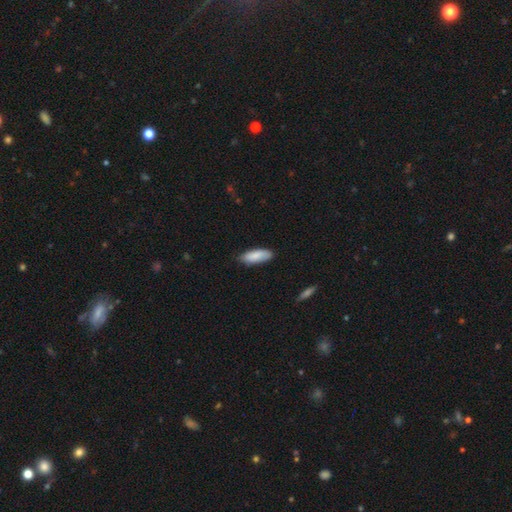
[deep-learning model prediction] Q: Smooth or featured?
A: smooth (85%); runner-up: featured or disk (9%)
Q: How rounded?
A: in between (71%); runner-up: cigar-shaped (27%)
Q: Merging?
A: none (79%); runner-up: minor disturbance (18%)